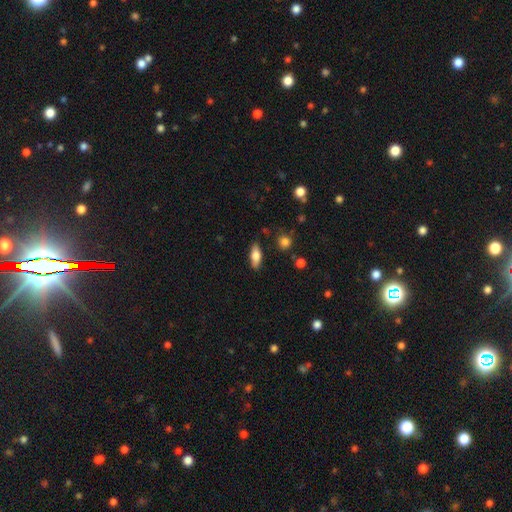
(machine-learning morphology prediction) This is likely a smooth galaxy (72%). How rounded: likely in between (75%). Merging: clearly none (85%).